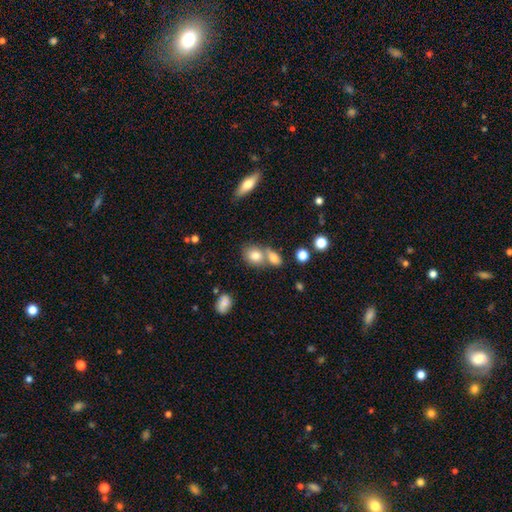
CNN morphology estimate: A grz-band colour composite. It shows a smooth galaxy with no disk features (79%) that is in between round and cigar-shaped (55%). Merging: merger (47%).